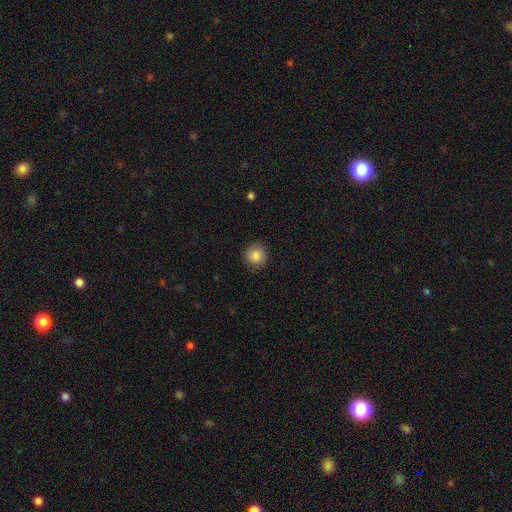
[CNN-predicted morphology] Q: Smooth or featured?
A: smooth (86%); runner-up: star or artifact (9%)
Q: How rounded?
A: round (92%); runner-up: in between (7%)
Q: Merging?
A: none (88%); runner-up: minor disturbance (9%)